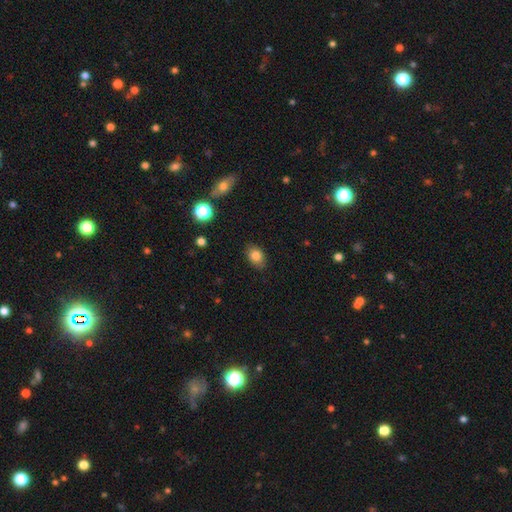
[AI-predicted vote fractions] Smooth or featured? smooth (82%)
How rounded? in between (75%)
Merging? none (83%)